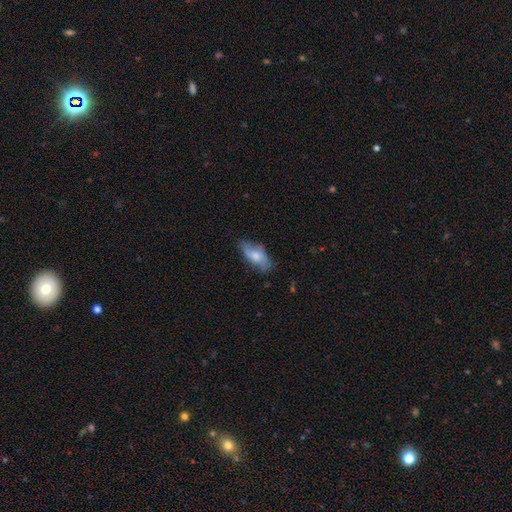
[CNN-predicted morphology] A smooth galaxy with no disk features (61%) that is in between round and cigar-shaped (87%).

Vote fractions:
- Smooth or featured? smooth: 61% / featured or disk: 32% / star or artifact: 7%
- How rounded? in between: 87% / cigar-shaped: 9% / round: 3%
- Merging? none: 65% / minor disturbance: 27% / major disturbance: 7% / merger: 2%